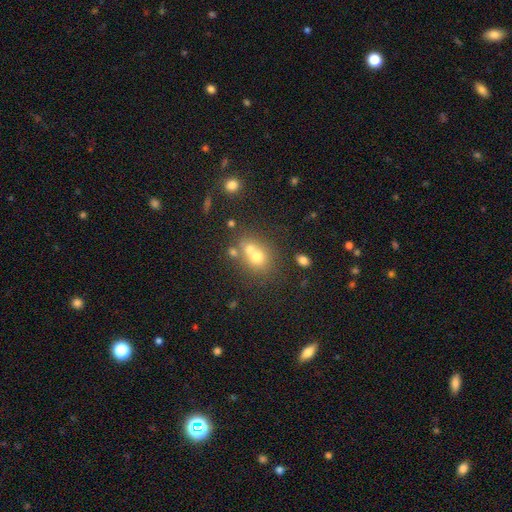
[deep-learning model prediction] Q: Smooth or featured?
A: smooth (63%); runner-up: featured or disk (20%)
Q: How rounded?
A: round (74%); runner-up: in between (25%)
Q: Merging?
A: merger (48%); runner-up: none (40%)